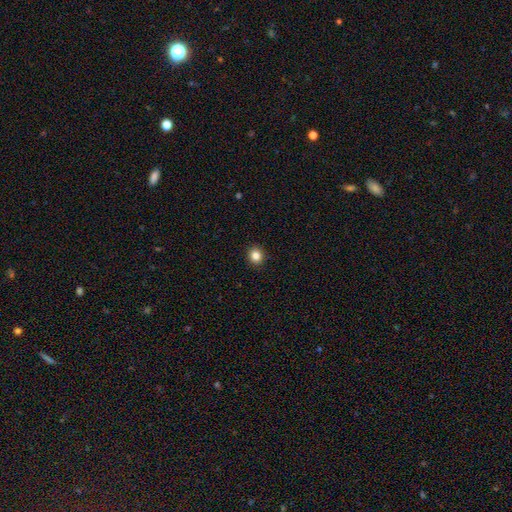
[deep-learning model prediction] Q: Smooth or featured?
A: smooth (84%); runner-up: star or artifact (11%)
Q: How rounded?
A: round (86%); runner-up: in between (13%)
Q: Merging?
A: none (93%); runner-up: minor disturbance (5%)